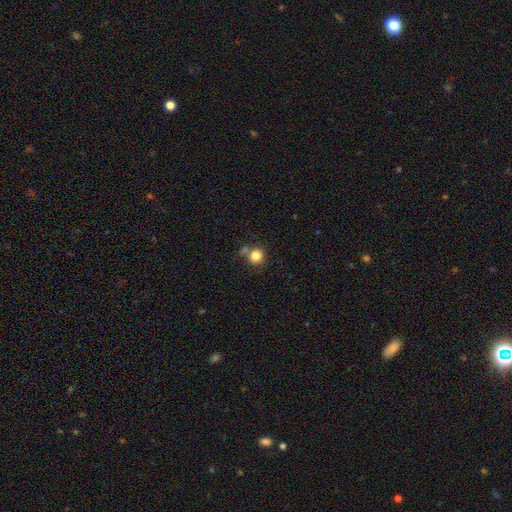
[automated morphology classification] A smooth galaxy with no disk features (84%) that is round (88%). Merging: none (68%).